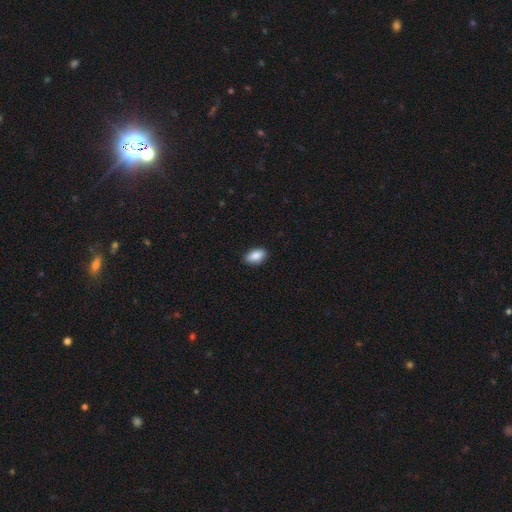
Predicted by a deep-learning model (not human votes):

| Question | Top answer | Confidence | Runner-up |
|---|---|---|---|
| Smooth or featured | smooth | 88% | star or artifact (7%) |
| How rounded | in between | 92% | round (5%) |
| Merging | none | 89% | minor disturbance (9%) |